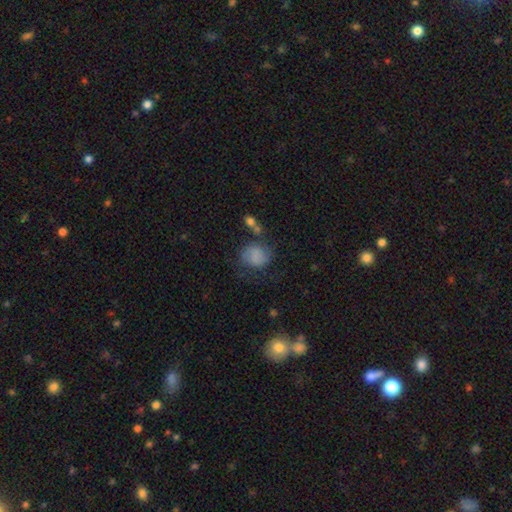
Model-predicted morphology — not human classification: Smooth or featured?
  - smooth: 73% *
  - featured or disk: 17%
  - star or artifact: 10%
How rounded?
  - round: 70% *
  - in between: 29%
  - cigar-shaped: 1%
Merging?
  - none: 53% *
  - minor disturbance: 24%
  - major disturbance: 15%
  - merger: 8%